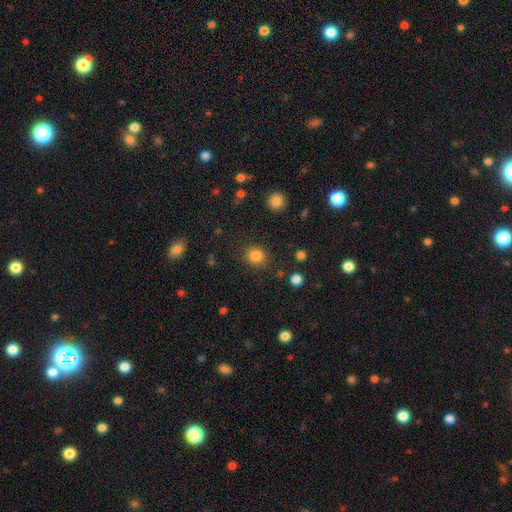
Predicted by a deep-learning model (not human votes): Smooth or featured? Predicted: smooth (p=0.84). How rounded? Predicted: round (p=0.79). Merging? Predicted: none (p=0.84).